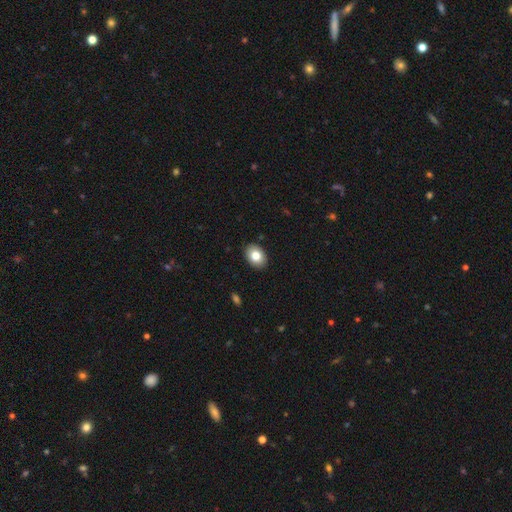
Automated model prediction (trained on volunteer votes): A smooth galaxy with no disk features (81%) that is in between round and cigar-shaped (72%).

Vote fractions:
- Smooth or featured? smooth: 81% / featured or disk: 11% / star or artifact: 8%
- How rounded? in between: 72% / round: 27% / cigar-shaped: 1%
- Merging? none: 90% / minor disturbance: 7% / major disturbance: 2% / merger: 1%